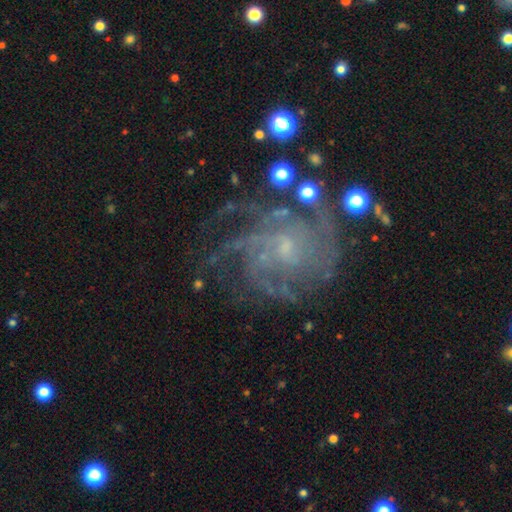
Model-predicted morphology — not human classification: Smooth or featured?
  - featured or disk: 84% *
  - star or artifact: 9%
  - smooth: 7%
Edge-on disk?
  - no: 98% *
  - yes: 2%
Bar?
  - no: 62% *
  - weak: 33%
  - strong: 6%
Spiral arms?
  - yes: 93% *
  - no: 7%
Spiral winding?
  - tight: 56% *
  - medium: 34%
  - loose: 10%
Spiral arm count?
  - can't tell: 32% *
  - 4: 25%
  - 3: 14%
  - more than 4: 14%
  - 2: 9%
  - 1: 7%
Bulge size?
  - small: 65% *
  - moderate: 17%
  - none: 16%
  - large: 2%
  - dominant: 1%
Merging?
  - none: 65% *
  - minor disturbance: 18%
  - major disturbance: 15%
  - merger: 3%